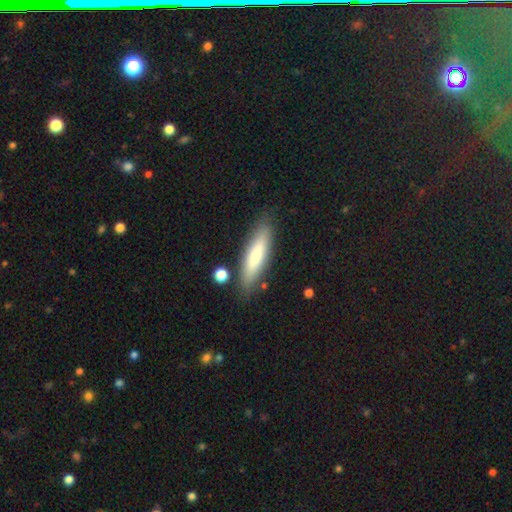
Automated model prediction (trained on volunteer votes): This is likely a smooth galaxy (72%). How rounded: likely cigar-shaped (68%). Merging: clearly none (81%).